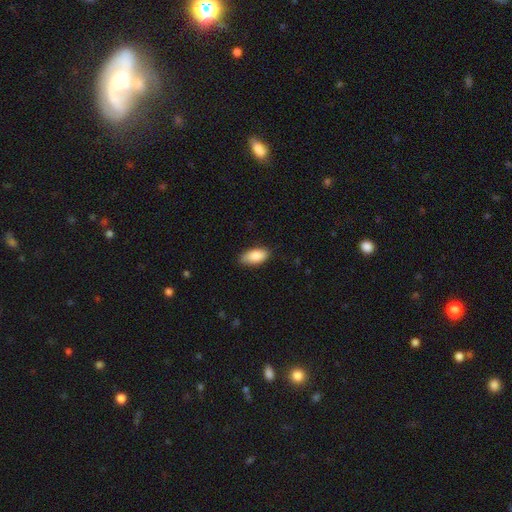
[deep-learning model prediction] smooth 85%, featured or disk 9%, star or artifact 6%. Down the decision tree: how rounded — in between (92%); merging — none (80%).